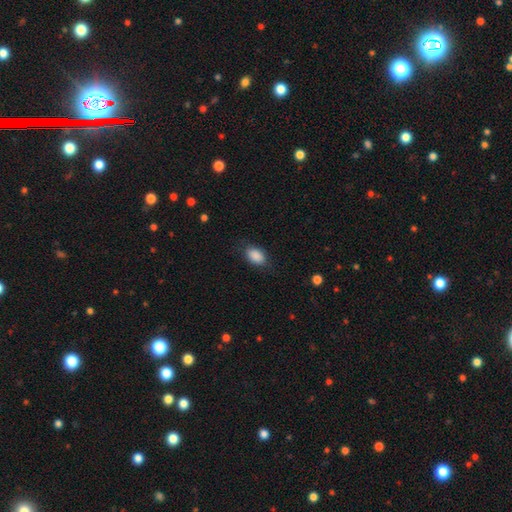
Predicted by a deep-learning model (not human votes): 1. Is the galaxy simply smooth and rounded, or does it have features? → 89% smooth, 7% star or artifact, 4% featured or disk.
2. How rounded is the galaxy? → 88% in between, 10% round, 2% cigar-shaped.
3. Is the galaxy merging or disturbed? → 78% none, 16% minor disturbance, 5% major disturbance, 1% merger.